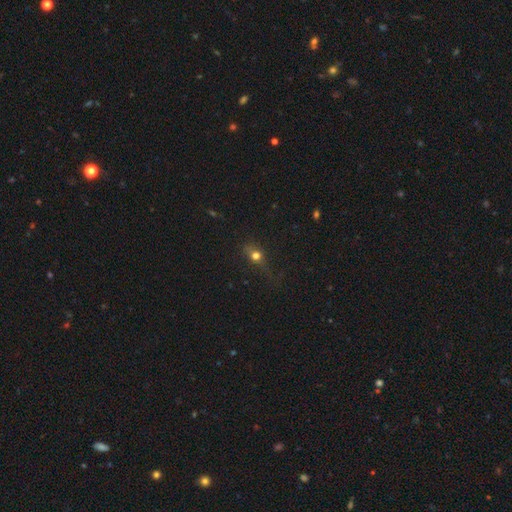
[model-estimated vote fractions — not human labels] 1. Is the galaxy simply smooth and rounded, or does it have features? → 59% smooth, 21% star or artifact, 19% featured or disk.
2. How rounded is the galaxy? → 54% round, 36% in between, 10% cigar-shaped.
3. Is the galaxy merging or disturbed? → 67% none, 19% minor disturbance, 11% major disturbance, 2% merger.